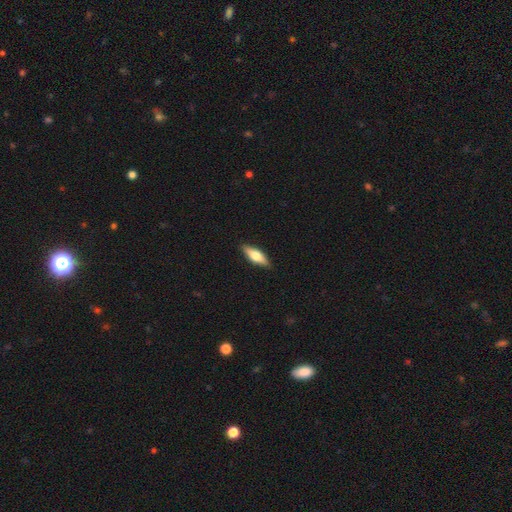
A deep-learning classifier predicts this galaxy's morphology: Q: Smooth or featured?
A: smooth (57%); runner-up: featured or disk (38%)
Q: How rounded?
A: in between (59%); runner-up: cigar-shaped (38%)
Q: Merging?
A: none (88%); runner-up: minor disturbance (9%)